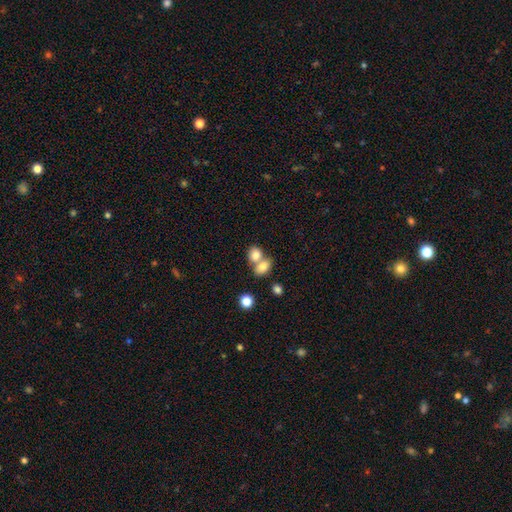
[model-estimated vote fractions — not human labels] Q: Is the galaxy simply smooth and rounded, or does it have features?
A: smooth — 79%.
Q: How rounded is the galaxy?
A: in between — 58%.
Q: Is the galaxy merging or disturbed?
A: merger — 61%.